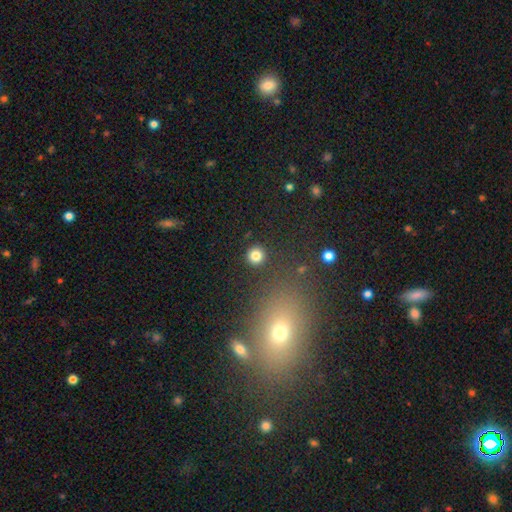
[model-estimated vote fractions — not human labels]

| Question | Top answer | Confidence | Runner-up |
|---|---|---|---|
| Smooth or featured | smooth | 83% | star or artifact (12%) |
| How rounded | round | 94% | in between (5%) |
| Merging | none | 91% | minor disturbance (5%) |